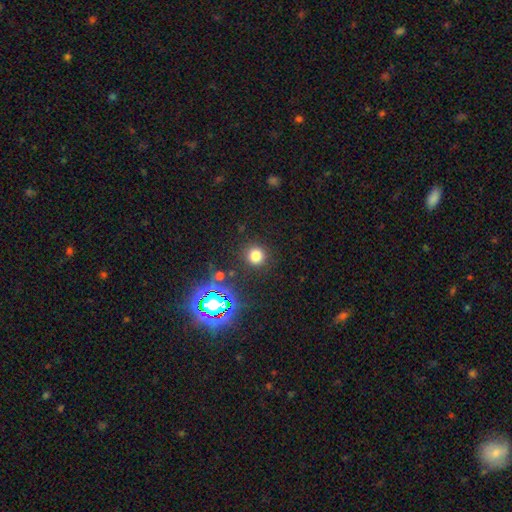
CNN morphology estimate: Smooth or featured? Predicted: smooth (p=0.73). How rounded? Predicted: round (p=0.91). Merging? Predicted: none (p=0.88).